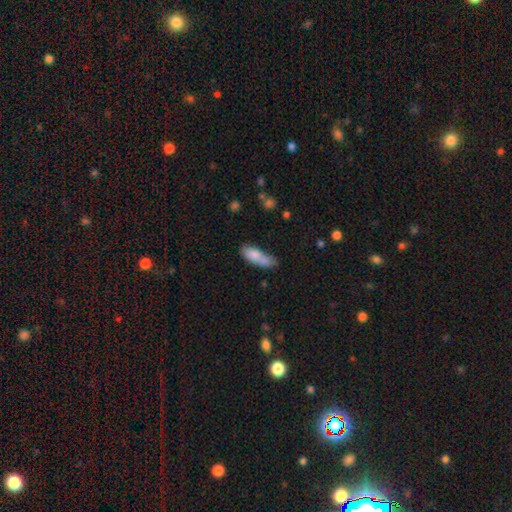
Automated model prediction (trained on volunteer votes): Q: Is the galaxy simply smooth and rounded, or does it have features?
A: smooth — 78%.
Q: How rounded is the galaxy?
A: in between — 67%.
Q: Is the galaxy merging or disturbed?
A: none — 36%.